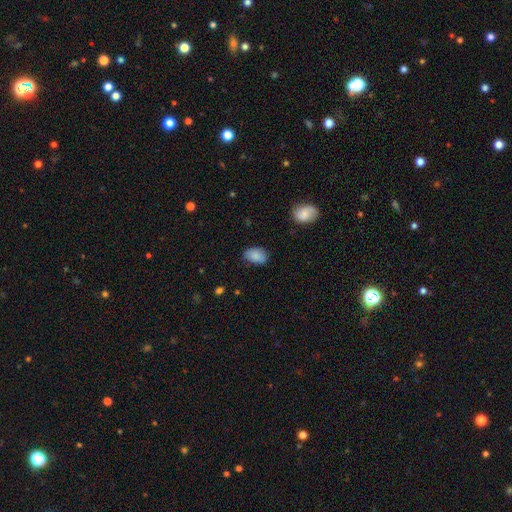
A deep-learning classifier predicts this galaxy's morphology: smooth_or_featured: smooth (p=0.87) [alt: star or artifact p=0.07]
how_rounded: in between (p=0.89) [alt: round p=0.09]
merging: none (p=0.79) [alt: minor disturbance p=0.17]